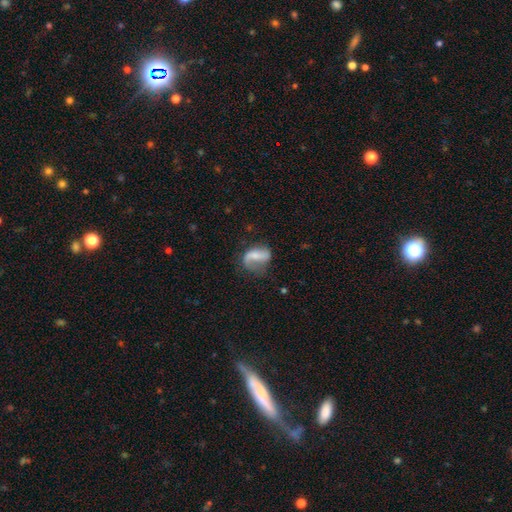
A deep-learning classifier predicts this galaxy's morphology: A featured or disk galaxy (59%) with a weak bar (36%), spiral arms (82%) and a small central bulge (39%). Merging: none (46%).